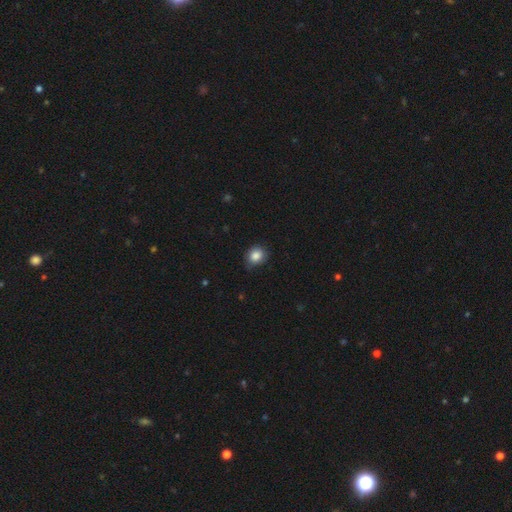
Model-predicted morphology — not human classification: smooth_or_featured: smooth (p=0.86) [alt: star or artifact p=0.09]
how_rounded: round (p=0.75) [alt: in between p=0.24]
merging: none (p=0.77) [alt: minor disturbance p=0.19]